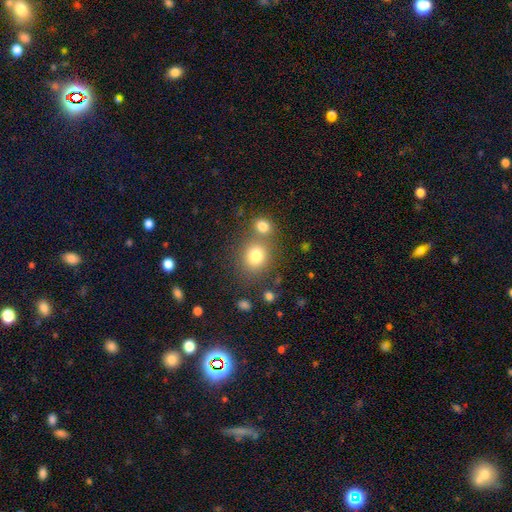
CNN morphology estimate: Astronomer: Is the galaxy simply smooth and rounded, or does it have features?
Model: smooth — 79%.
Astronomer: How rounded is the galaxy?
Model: round — 77%.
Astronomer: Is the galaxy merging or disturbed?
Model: none — 61%.